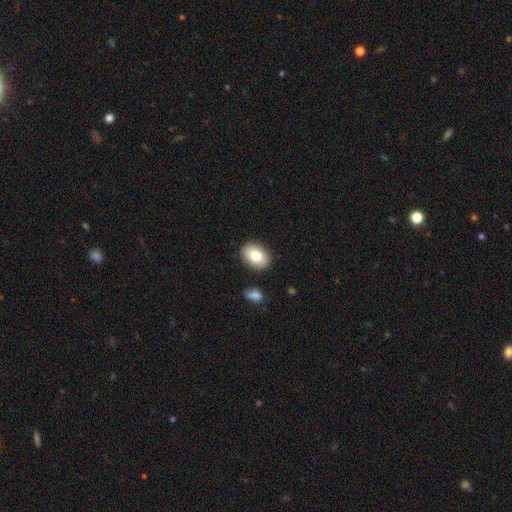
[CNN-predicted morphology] Overall: smooth (79%). How rounded: in between (81%). Merging: none (87%).